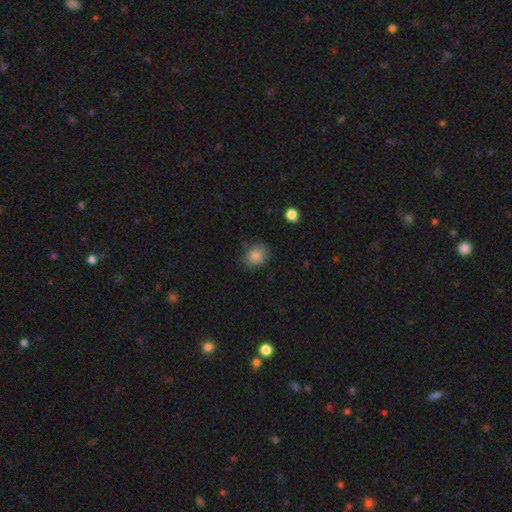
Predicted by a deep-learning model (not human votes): Smooth or featured?
  - smooth: 85% *
  - star or artifact: 10%
  - featured or disk: 5%
How rounded?
  - round: 56% *
  - in between: 43%
  - cigar-shaped: 1%
Merging?
  - none: 76% *
  - minor disturbance: 18%
  - major disturbance: 4%
  - merger: 2%